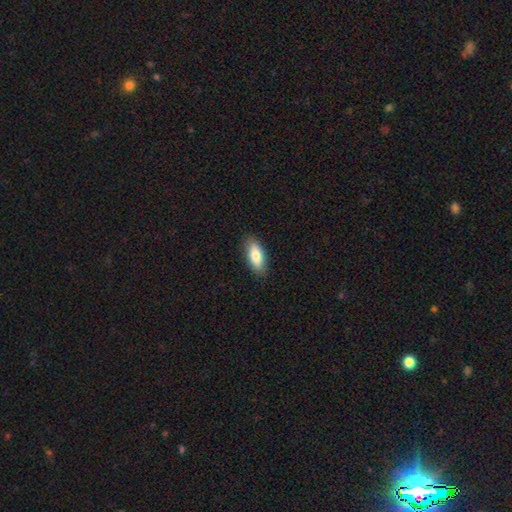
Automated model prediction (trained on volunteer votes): The model was most divided on "how rounded": in between: 82%, cigar-shaped: 16%, round: 2%. More confident: merging — none (88%); smooth or featured — smooth (80%).